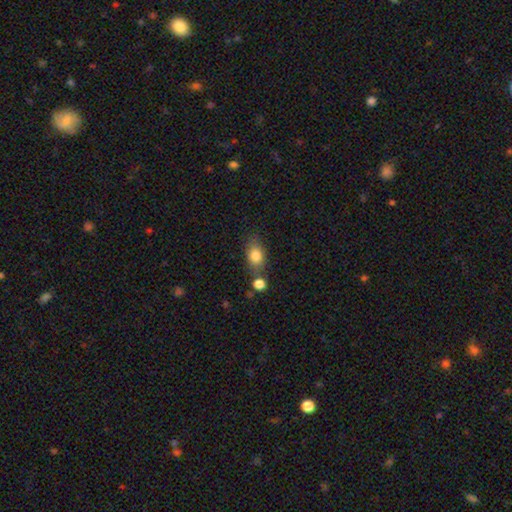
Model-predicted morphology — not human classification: A smooth galaxy with no disk features (81%) that is in between round and cigar-shaped (73%).

Vote fractions:
- Smooth or featured? smooth: 81% / featured or disk: 10% / star or artifact: 9%
- How rounded? in between: 73% / round: 24% / cigar-shaped: 3%
- Merging? none: 60% / merger: 18% / minor disturbance: 17% / major disturbance: 5%